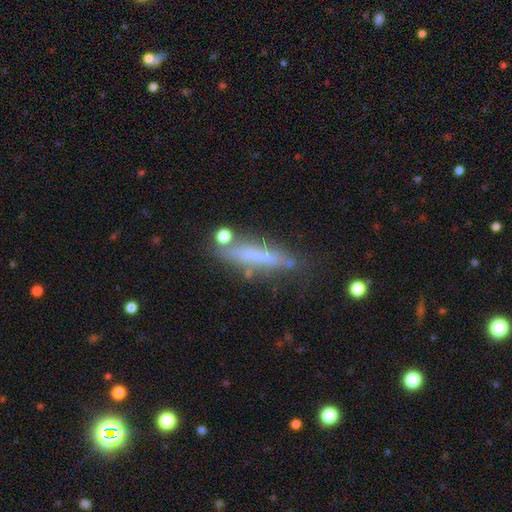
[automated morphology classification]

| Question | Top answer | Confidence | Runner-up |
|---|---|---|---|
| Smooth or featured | smooth | 55% | featured or disk (34%) |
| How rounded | cigar-shaped | 84% | in between (14%) |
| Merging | none | 62% | minor disturbance (21%) |